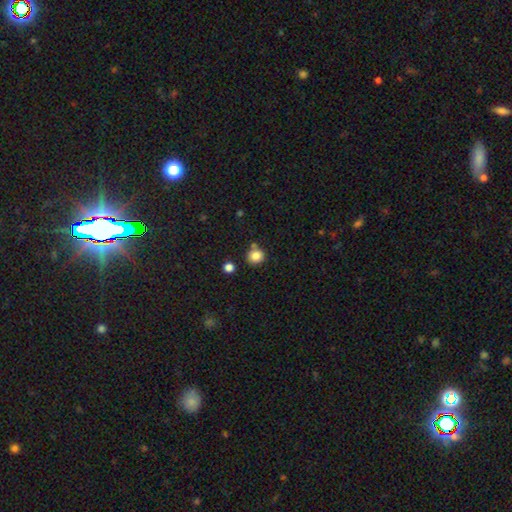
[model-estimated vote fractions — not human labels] Morphology: type=smooth (84%); roundness=round (84%); merging=none (73%).